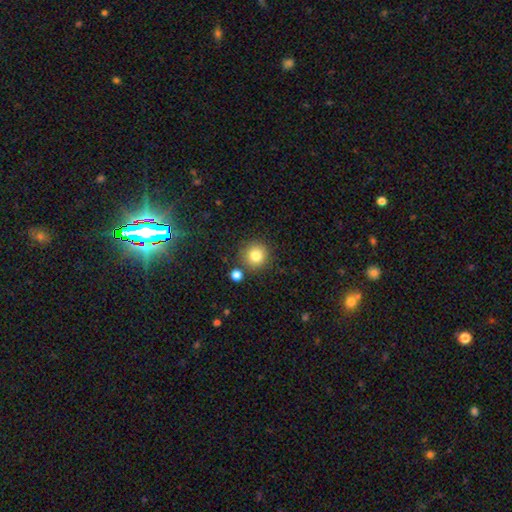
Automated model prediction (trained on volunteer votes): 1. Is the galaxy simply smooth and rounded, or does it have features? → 82% smooth, 11% star or artifact, 7% featured or disk.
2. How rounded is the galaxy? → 93% round, 6% in between, 1% cigar-shaped.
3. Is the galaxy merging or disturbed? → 83% none, 8% minor disturbance, 6% merger, 3% major disturbance.